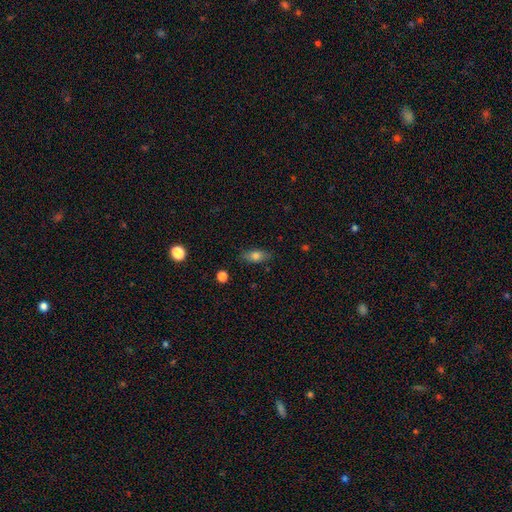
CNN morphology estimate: This appears to be a smooth galaxy with no disk features (73%) that is in between round and cigar-shaped (78%). Merging: none (83%).